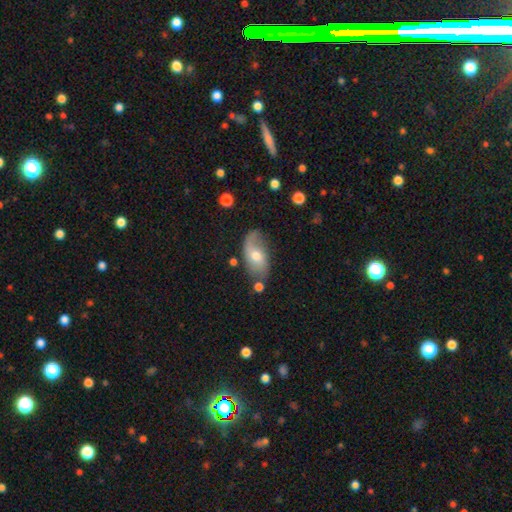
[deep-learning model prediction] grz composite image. It shows a featured or disk galaxy (48%). Merging: none (59%).